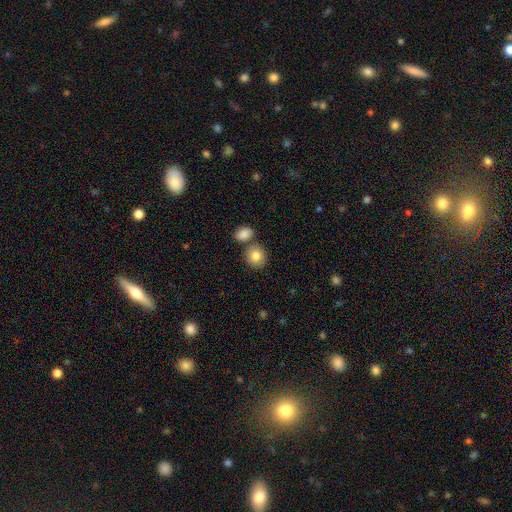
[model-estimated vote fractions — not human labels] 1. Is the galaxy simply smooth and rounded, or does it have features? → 84% smooth, 9% featured or disk, 8% star or artifact.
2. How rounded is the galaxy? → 78% round, 21% in between, 1% cigar-shaped.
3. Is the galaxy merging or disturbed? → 68% none, 19% merger, 10% minor disturbance, 3% major disturbance.